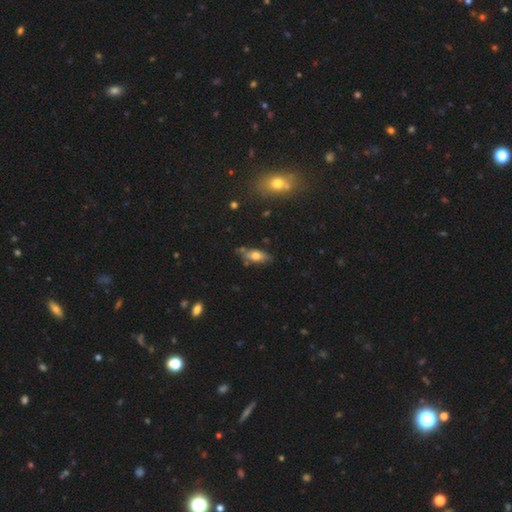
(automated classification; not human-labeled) A smooth galaxy with no disk features (64%) that is in between round and cigar-shaped (76%). Merging: none (68%).